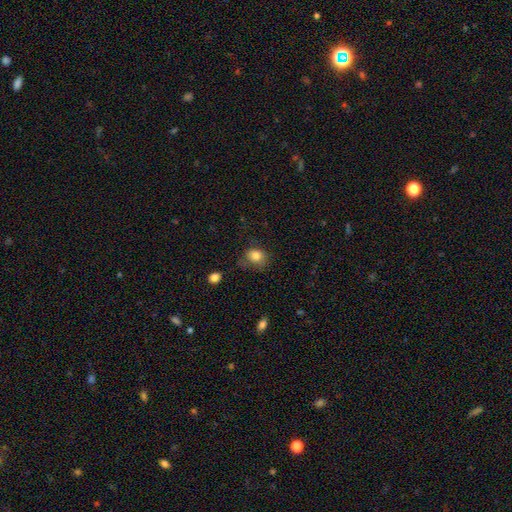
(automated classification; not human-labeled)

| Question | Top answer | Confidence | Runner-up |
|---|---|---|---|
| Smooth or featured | smooth | 82% | star or artifact (10%) |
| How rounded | round | 55% | in between (44%) |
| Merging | none | 57% | minor disturbance (29%) |